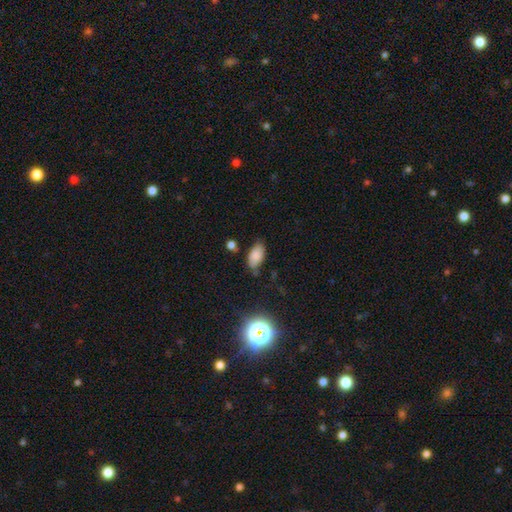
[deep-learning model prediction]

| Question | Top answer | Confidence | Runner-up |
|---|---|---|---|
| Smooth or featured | smooth | 80% | star or artifact (12%) |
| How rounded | in between | 92% | cigar-shaped (4%) |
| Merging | none | 69% | minor disturbance (23%) |